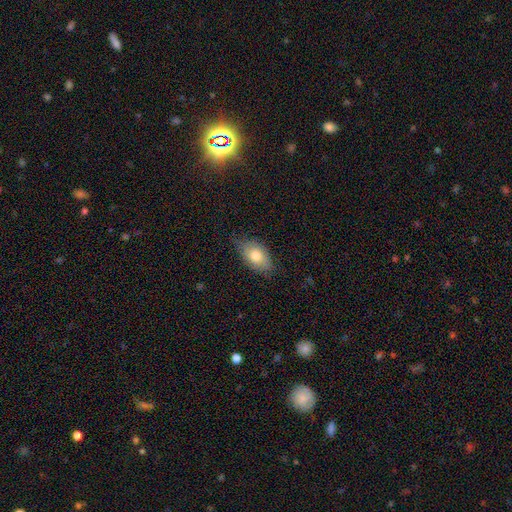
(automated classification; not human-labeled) Smooth or featured? Predicted: smooth (p=0.76). How rounded? Predicted: in between (p=0.90). Merging? Predicted: none (p=0.71).